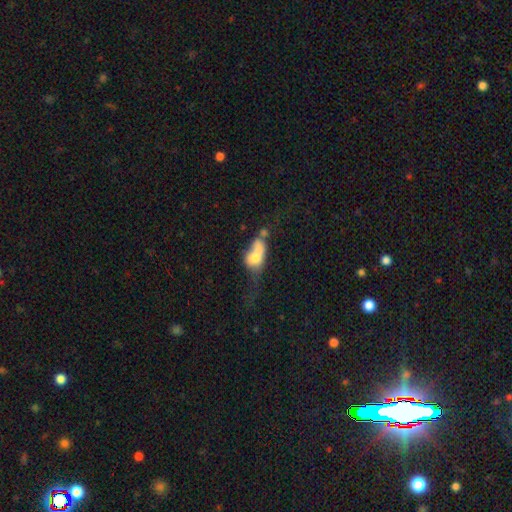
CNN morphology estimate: smooth-or-featured: smooth: 64% | featured or disk: 26% | star or artifact: 10%
  how-rounded: in between: 81% | round: 11% | cigar-shaped: 8%
  merging: merger: 43% | major disturbance: 29% | minor disturbance: 14% | none: 14%